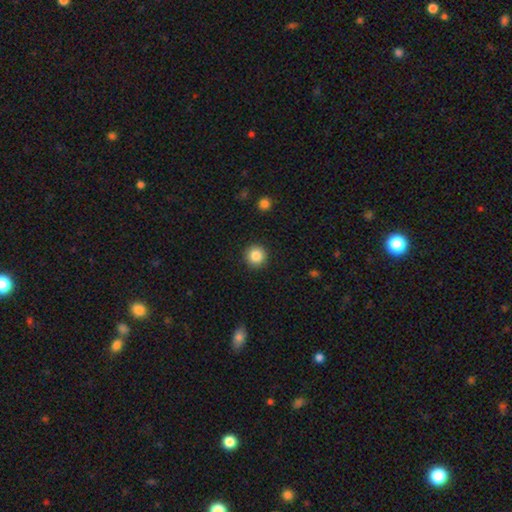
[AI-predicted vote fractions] Smooth or featured: smooth — 85% (star or artifact — 10%)
How rounded: round — 95% (in between — 4%)
Merging: none — 92% (minor disturbance — 5%)